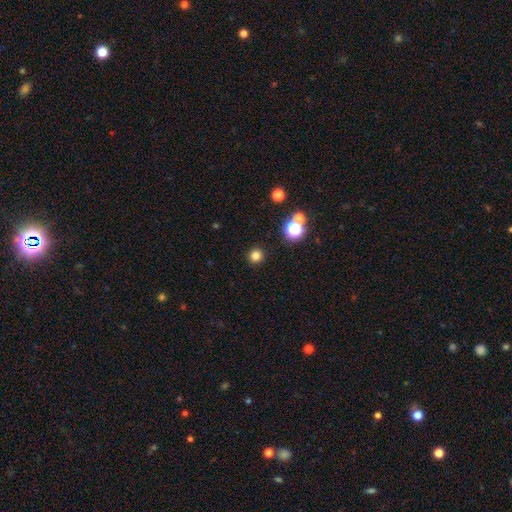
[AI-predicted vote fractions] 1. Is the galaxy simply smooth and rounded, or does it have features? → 79% smooth, 16% star or artifact, 5% featured or disk.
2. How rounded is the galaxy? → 95% round, 4% in between, 1% cigar-shaped.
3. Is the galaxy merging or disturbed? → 91% none, 5% minor disturbance, 2% major disturbance, 2% merger.